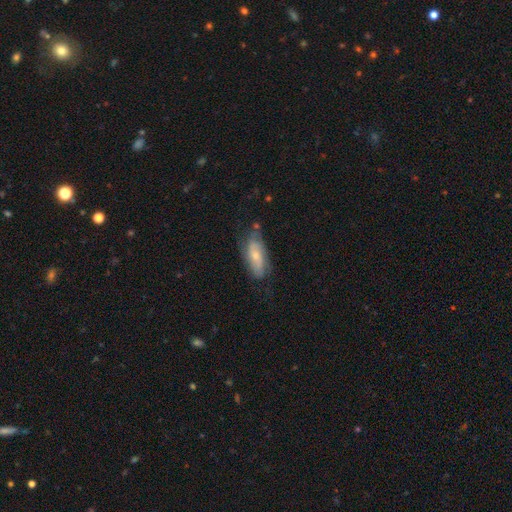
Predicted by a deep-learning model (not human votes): Q: Smooth or featured?
A: featured or disk (52%); runner-up: smooth (41%)
Q: Edge-on disk?
A: no (87%); runner-up: yes (13%)
Q: Merging?
A: none (60%); runner-up: minor disturbance (28%)